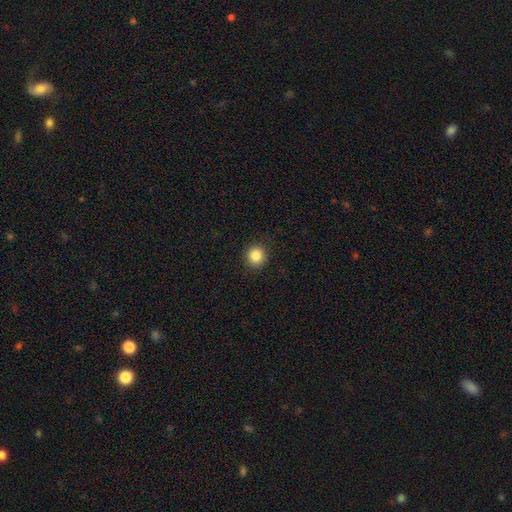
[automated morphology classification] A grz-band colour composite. It shows a smooth galaxy with no disk features (85%) that is round (93%). Merging: none (92%).